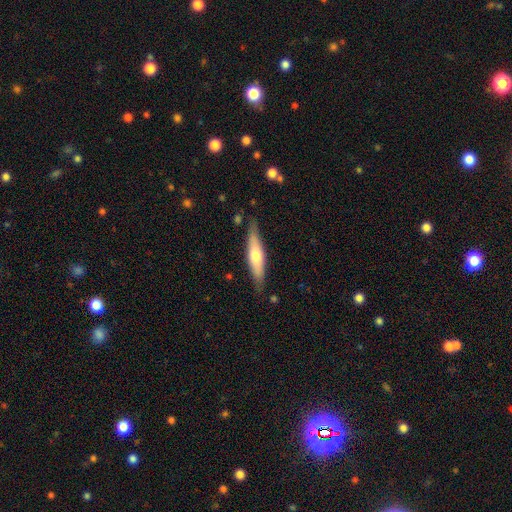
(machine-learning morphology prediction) The model was most divided on "smooth or featured": smooth: 53%, featured or disk: 42%, star or artifact: 5%. More confident: merging — none (80%); how rounded — cigar-shaped (76%).